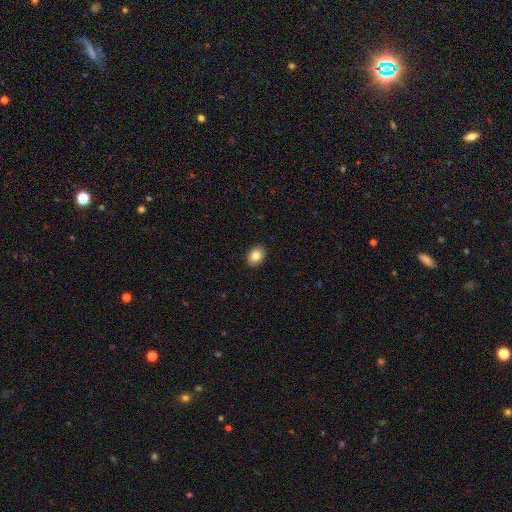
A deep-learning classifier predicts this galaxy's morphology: Smooth or featured: smooth — 83% (star or artifact — 9%)
How rounded: in between — 64% (round — 35%)
Merging: none — 91% (minor disturbance — 6%)